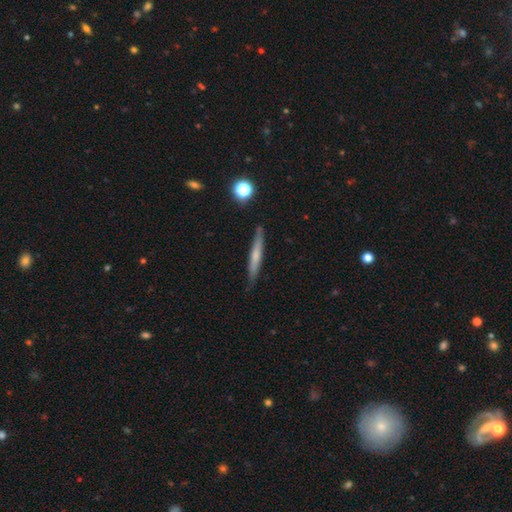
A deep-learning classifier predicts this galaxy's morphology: A smooth galaxy with no disk features (55%) that is cigar-shaped (95%).

Vote fractions:
- Smooth or featured? smooth: 55% / featured or disk: 38% / star or artifact: 7%
- How rounded? cigar-shaped: 95% / in between: 4% / round: 2%
- Merging? none: 86% / minor disturbance: 11% / major disturbance: 2% / merger: 2%